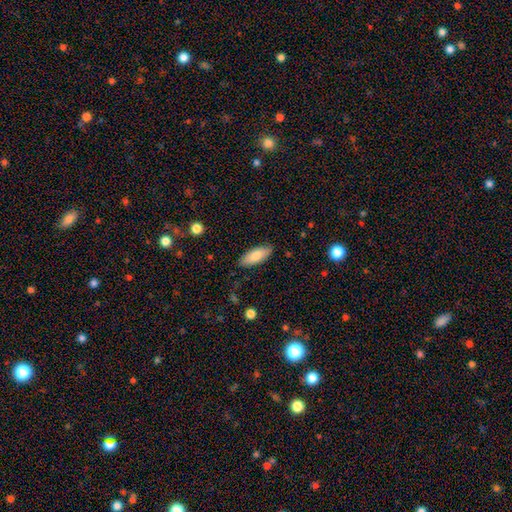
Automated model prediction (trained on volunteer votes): Smooth or featured? smooth (79%)
How rounded? in between (77%)
Merging? none (86%)